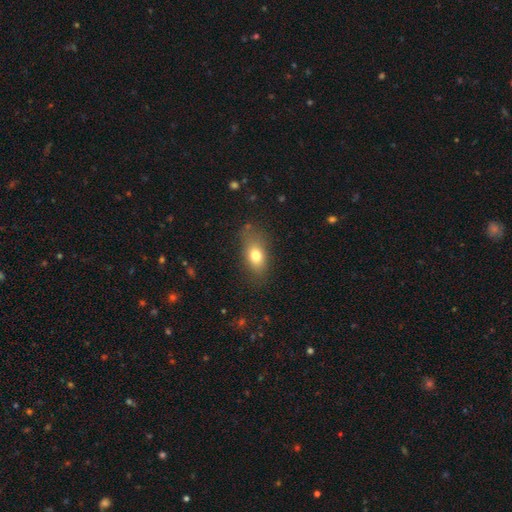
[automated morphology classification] Overall: smooth (76%). How rounded: in between (81%). Merging: none (73%).